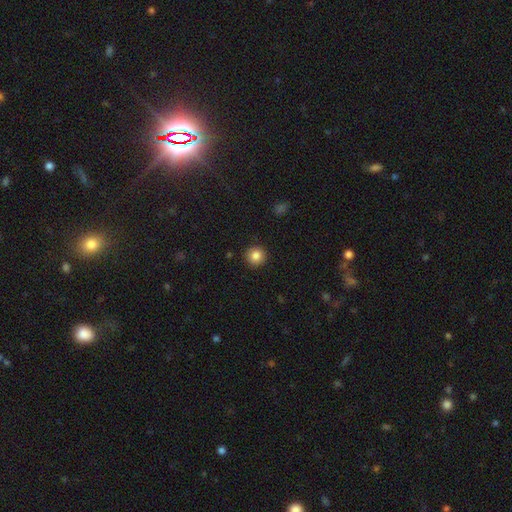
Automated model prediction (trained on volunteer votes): Smooth or featured?
  - smooth: 85% *
  - star or artifact: 10%
  - featured or disk: 6%
How rounded?
  - round: 94% *
  - in between: 5%
  - cigar-shaped: 1%
Merging?
  - none: 91% *
  - minor disturbance: 6%
  - major disturbance: 2%
  - merger: 1%